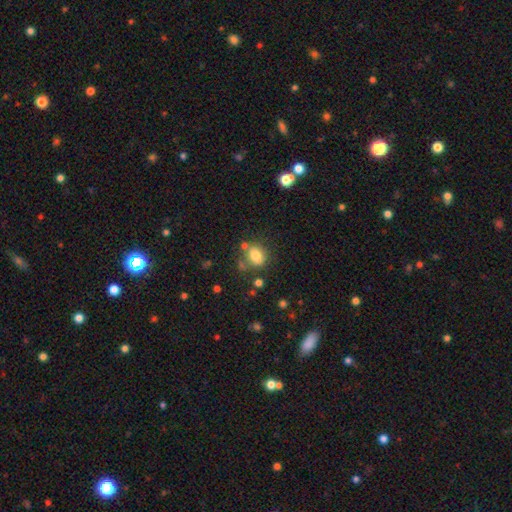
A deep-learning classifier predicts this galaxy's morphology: smooth-or-featured: smooth: 79% | star or artifact: 11% | featured or disk: 10%
  how-rounded: in between: 72% | round: 25% | cigar-shaped: 3%
  merging: none: 64% | minor disturbance: 17% | merger: 13% | major disturbance: 6%